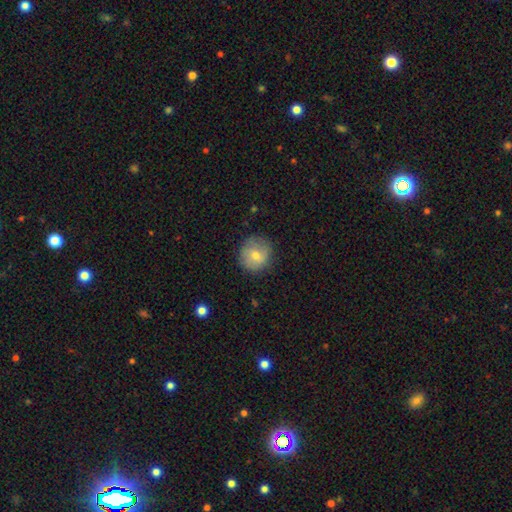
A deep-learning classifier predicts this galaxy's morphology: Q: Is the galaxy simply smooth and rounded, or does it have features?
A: smooth — 66%.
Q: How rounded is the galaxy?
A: round — 89%.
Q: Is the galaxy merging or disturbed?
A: none — 80%.